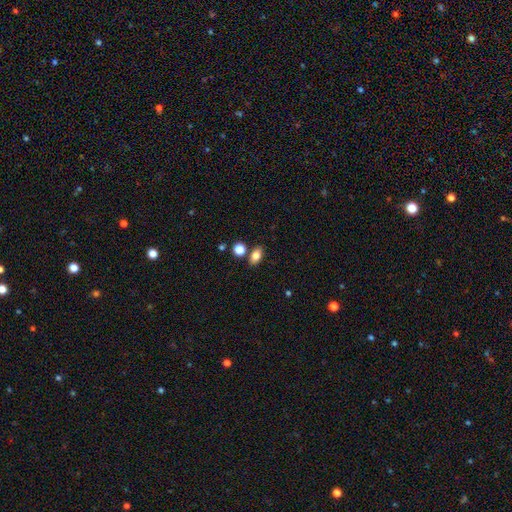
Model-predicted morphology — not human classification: Smooth or featured?
  - smooth: 80% *
  - star or artifact: 11%
  - featured or disk: 9%
How rounded?
  - in between: 84% *
  - round: 14%
  - cigar-shaped: 3%
Merging?
  - none: 78% *
  - minor disturbance: 10%
  - merger: 10%
  - major disturbance: 3%